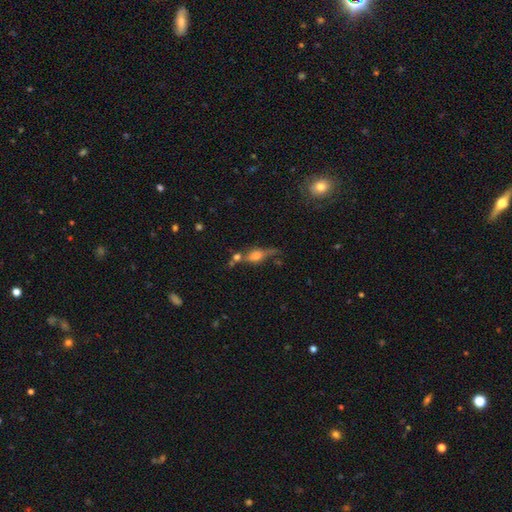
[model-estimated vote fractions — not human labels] Smooth or featured: featured or disk — 46% (smooth — 40%)
Merging: none — 48% (minor disturbance — 20%)